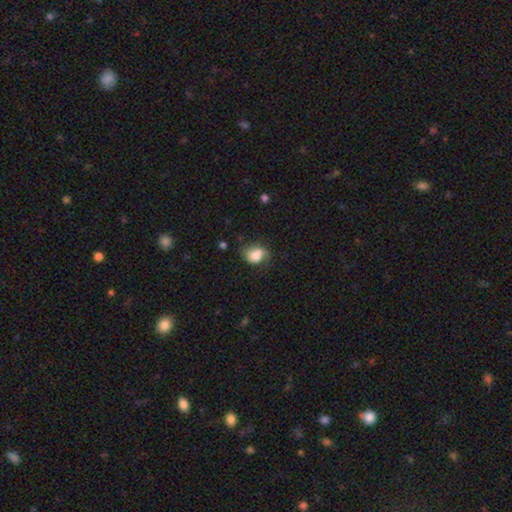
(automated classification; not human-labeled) smooth 71%, featured or disk 20%, star or artifact 9%. Down the decision tree: how rounded — in between (62%); merging — none (50%).